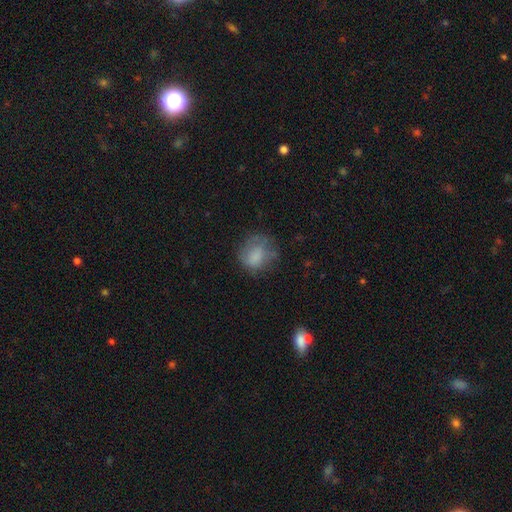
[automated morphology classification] This appears to be a smooth galaxy with no disk features (73%) that is round (65%). Merging: none (53%).